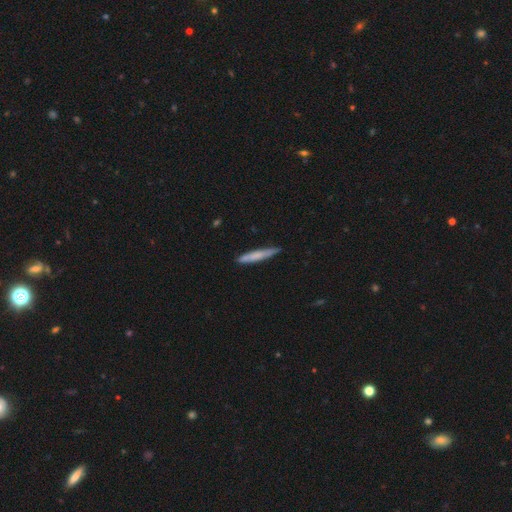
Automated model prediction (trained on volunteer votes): This is likely a smooth galaxy (68%). How rounded: clearly cigar-shaped (95%). Merging: clearly none (84%).